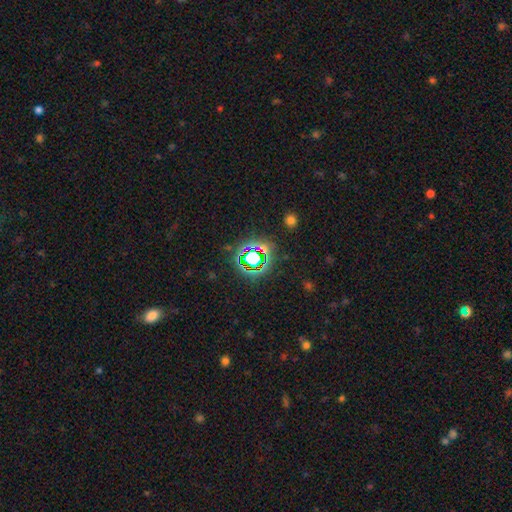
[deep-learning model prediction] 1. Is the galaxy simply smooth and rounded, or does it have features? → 68% star or artifact, 21% smooth, 11% featured or disk.